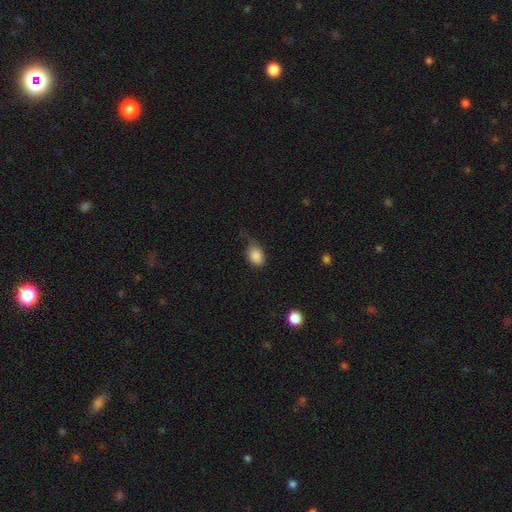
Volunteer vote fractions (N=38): A smooth galaxy with no disk features (89%) that is in between round and cigar-shaped (94%).

Vote fractions:
- Smooth or featured? smooth: 89% / featured or disk: 5% / star or artifact: 5%
- How rounded? in between: 94% / round: 6% / cigar-shaped: 0%
- Merging? minor disturbance: 47% / none: 42% / major disturbance: 11% / merger: 0%